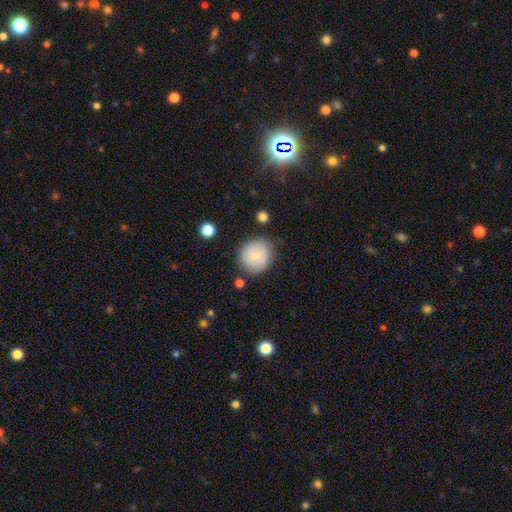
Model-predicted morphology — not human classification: This appears to be a smooth galaxy with no disk features (81%) that is round (87%). Merging: none (79%).